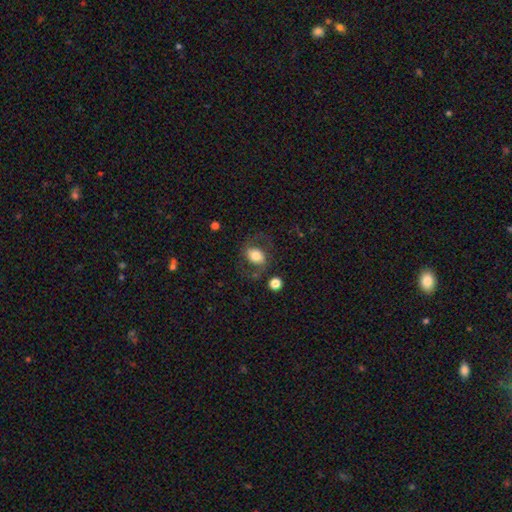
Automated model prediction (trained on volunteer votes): smooth-or-featured: smooth: 53% | featured or disk: 38% | star or artifact: 8%
  how-rounded: in between: 62% | round: 37% | cigar-shaped: 1%
  merging: none: 64% | minor disturbance: 17% | major disturbance: 15% | merger: 3%